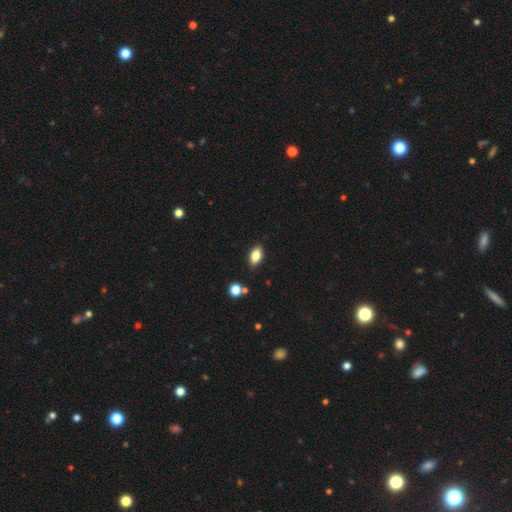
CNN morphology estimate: This appears to be a smooth galaxy with no disk features (81%) that is in between round and cigar-shaped (90%). Merging: none (87%).